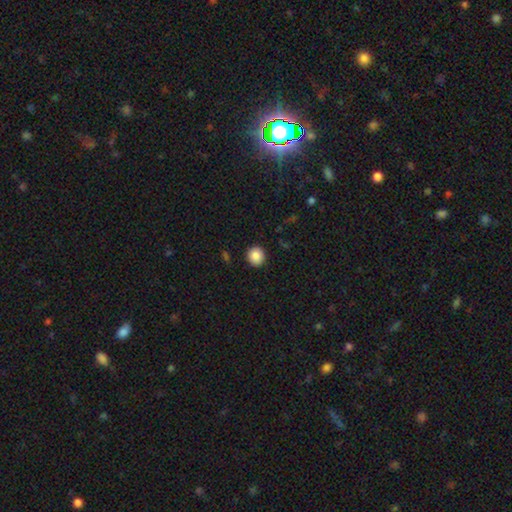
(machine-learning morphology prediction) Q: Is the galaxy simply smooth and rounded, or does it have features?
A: smooth — 87%.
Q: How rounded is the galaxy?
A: round — 89%.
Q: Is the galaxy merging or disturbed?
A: none — 92%.